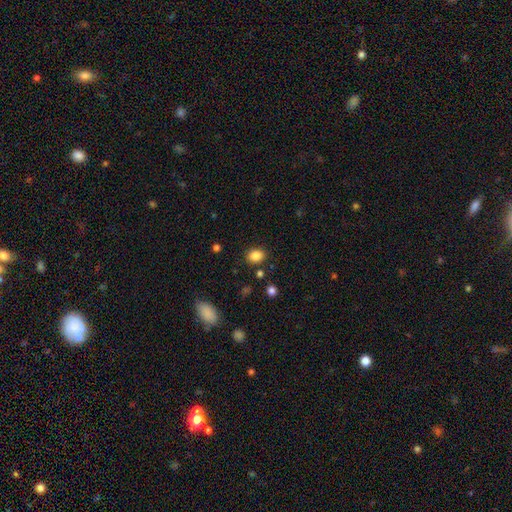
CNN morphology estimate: smooth 85%, star or artifact 11%, featured or disk 4%. Down the decision tree: how rounded — in between (54%); merging — none (84%).